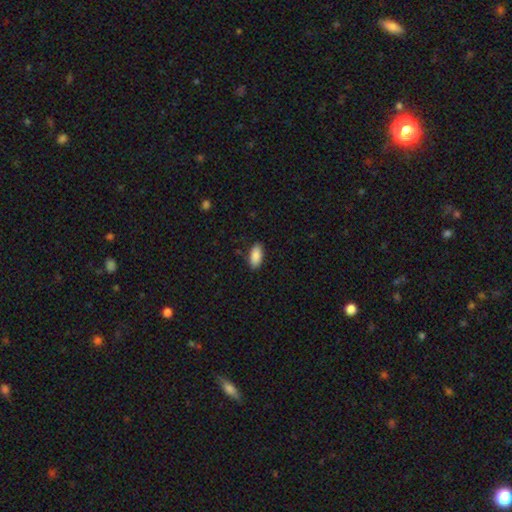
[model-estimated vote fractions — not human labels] Smooth or featured? smooth (88%)
How rounded? in between (91%)
Merging? none (87%)